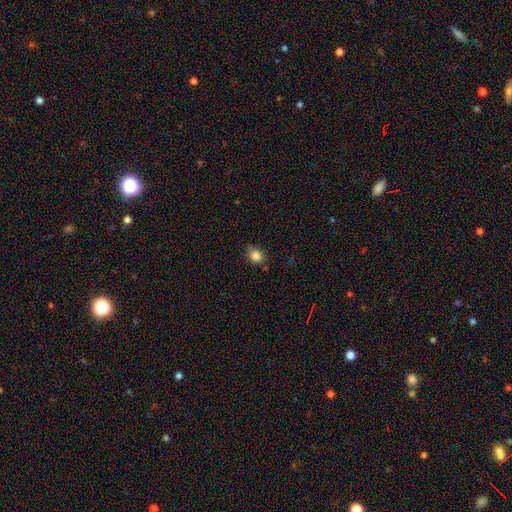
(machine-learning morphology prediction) A smooth galaxy with no disk features (85%) that is round (59%).

Vote fractions:
- Smooth or featured? smooth: 85% / star or artifact: 11% / featured or disk: 4%
- How rounded? round: 59% / in between: 40% / cigar-shaped: 1%
- Merging? none: 74% / minor disturbance: 19% / major disturbance: 4% / merger: 3%